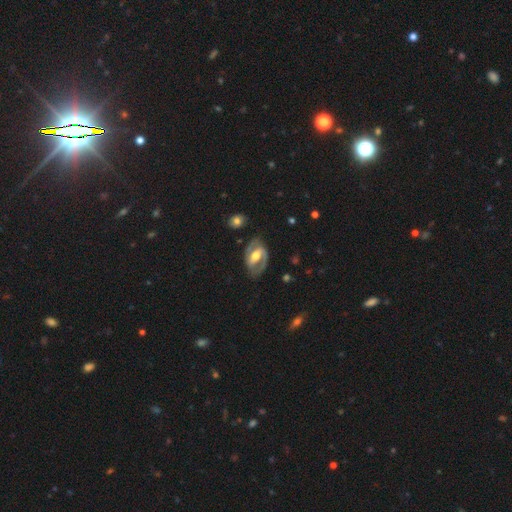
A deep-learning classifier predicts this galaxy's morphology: Overall: featured or disk (80%). Edge-on disk: no (96%). Bar: strong (41%; weak 38%). Spiral arms: yes (84%). Spiral arm count: 2 (85%). Spiral winding: medium (51%; tight 30%). Bulge size: moderate (68%). Merging: none (74%).